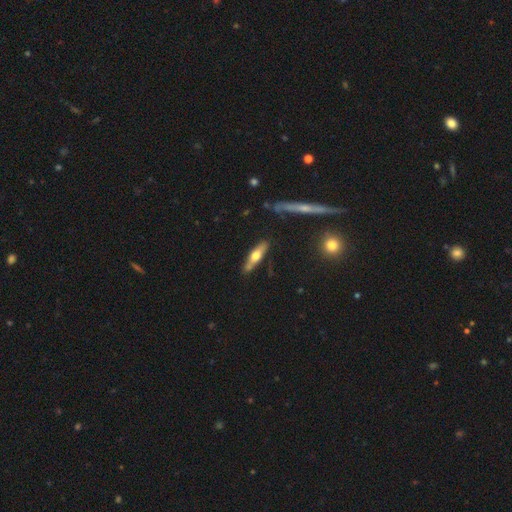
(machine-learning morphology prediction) This is possibly a smooth galaxy (48%). Merging: likely none (73%).